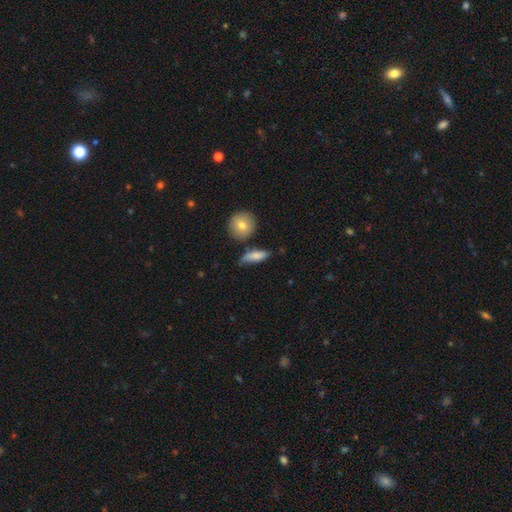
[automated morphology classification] Overall: smooth (77%). How rounded: in between (59%; cigar-shaped 34%). Merging: none (57%; minor disturbance 27%).